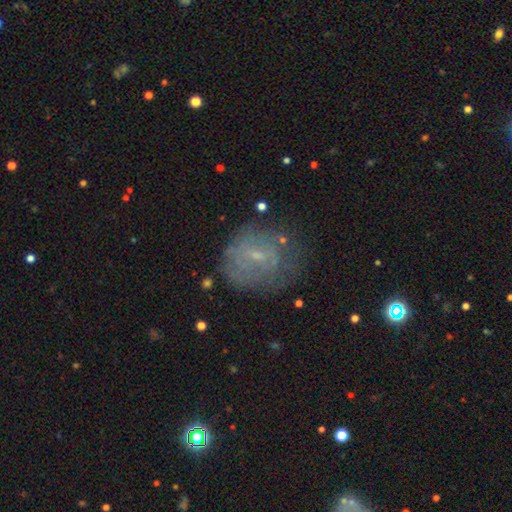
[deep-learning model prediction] Overall: featured or disk (45%; smooth 36%). Merging: none (65%).